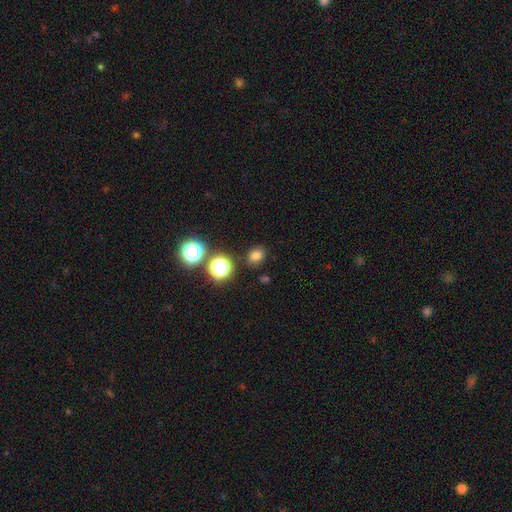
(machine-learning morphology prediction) Smooth or featured: smooth — 75% (star or artifact — 19%)
How rounded: round — 56% (in between — 43%)
Merging: none — 85% (minor disturbance — 9%)